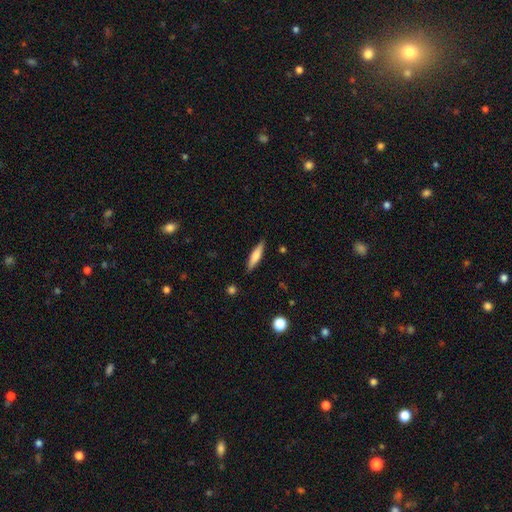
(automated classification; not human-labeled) This is likely a smooth galaxy (70%). How rounded: likely cigar-shaped (76%). Merging: clearly none (87%).